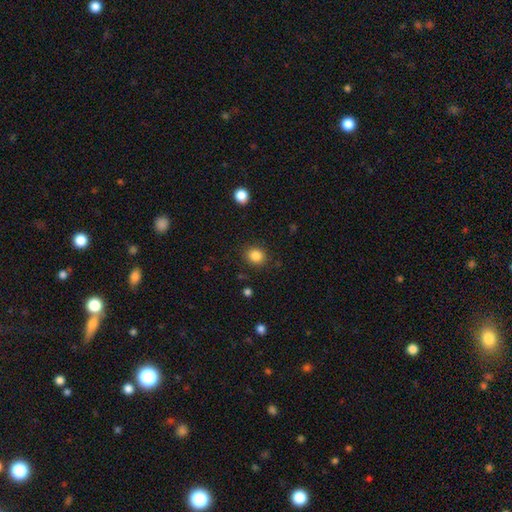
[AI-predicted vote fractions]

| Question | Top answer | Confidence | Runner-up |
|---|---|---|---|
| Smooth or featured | smooth | 86% | star or artifact (10%) |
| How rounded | round | 74% | in between (25%) |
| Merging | none | 88% | minor disturbance (8%) |